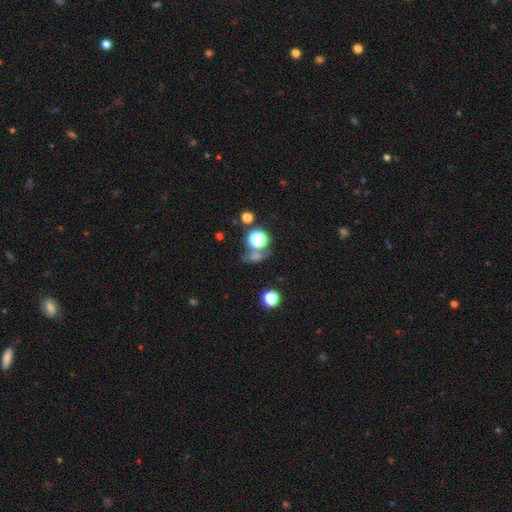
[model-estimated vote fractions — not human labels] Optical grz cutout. It shows a star or artifact, not a galaxy (47%).